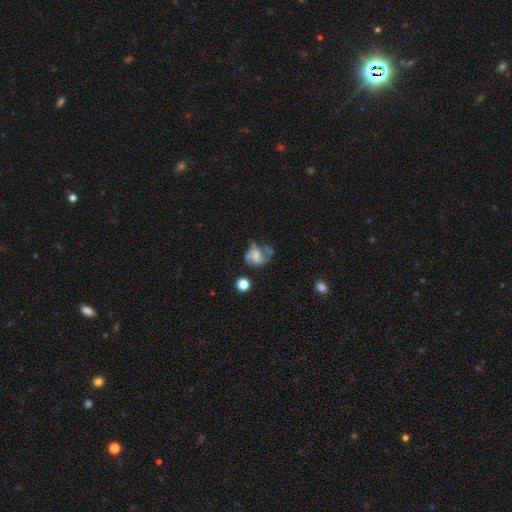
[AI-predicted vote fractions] The model was most divided on "bulge size": moderate: 31%, small: 29%, none: 27%, large: 10%, dominant: 2%. Remaining: edge-on disk — no (98%); spiral arms — yes (79%); smooth or featured — featured or disk (63%); bar — no (53%); merging — none (43%).